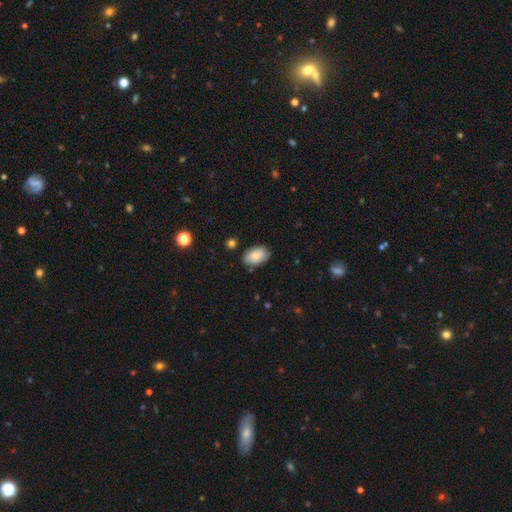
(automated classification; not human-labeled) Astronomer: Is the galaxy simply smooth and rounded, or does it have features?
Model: smooth — 84%.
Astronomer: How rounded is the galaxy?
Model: in between — 93%.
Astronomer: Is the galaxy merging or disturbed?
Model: none — 80%.